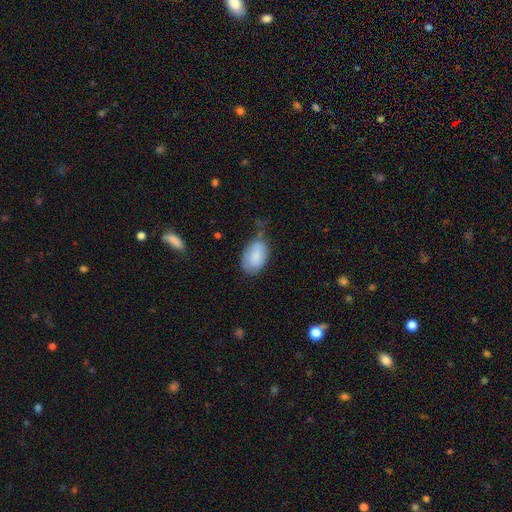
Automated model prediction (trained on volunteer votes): The model was most divided on "merging": none: 55%, minor disturbance: 32%, major disturbance: 9%, merger: 4%. More confident: how rounded — in between (91%); smooth or featured — smooth (84%).